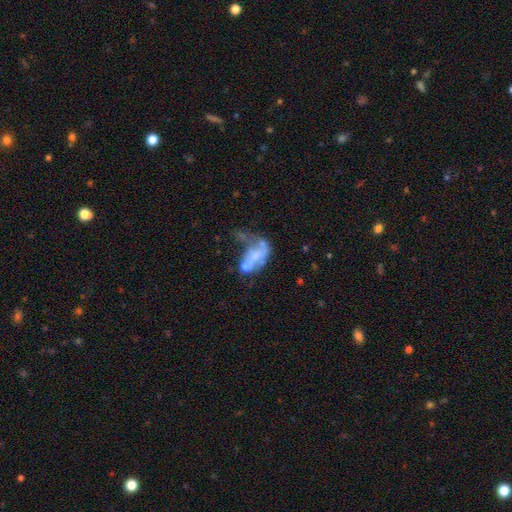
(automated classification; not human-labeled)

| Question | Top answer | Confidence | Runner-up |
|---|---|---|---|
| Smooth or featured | featured or disk | 55% | smooth (34%) |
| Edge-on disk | no | 95% | yes (5%) |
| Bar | no | 79% | weak (14%) |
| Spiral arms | no | 83% | yes (17%) |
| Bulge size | none | 52% | small (22%) |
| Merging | major disturbance | 40% | merger (28%) |